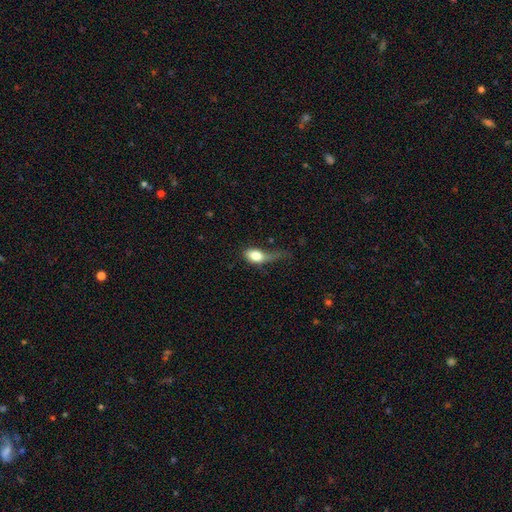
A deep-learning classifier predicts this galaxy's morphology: smooth 77%, featured or disk 16%, star or artifact 8%. Down the decision tree: how rounded — in between (78%); merging — major disturbance (44%).